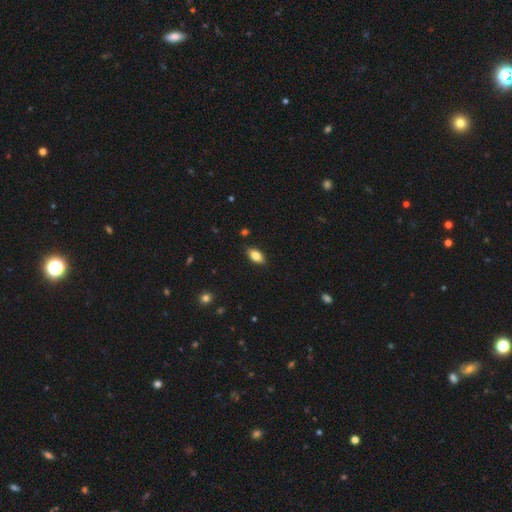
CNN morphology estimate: A smooth galaxy with no disk features (79%) that is in between round and cigar-shaped (90%).

Vote fractions:
- Smooth or featured? smooth: 79% / featured or disk: 14% / star or artifact: 7%
- How rounded? in between: 90% / cigar-shaped: 7% / round: 3%
- Merging? none: 88% / minor disturbance: 9% / major disturbance: 2% / merger: 1%